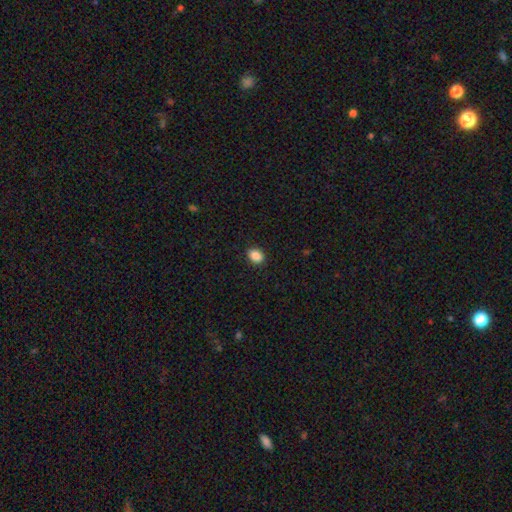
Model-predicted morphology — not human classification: This is clearly a smooth galaxy (88%). How rounded: likely in between (64%). Merging: clearly none (89%).